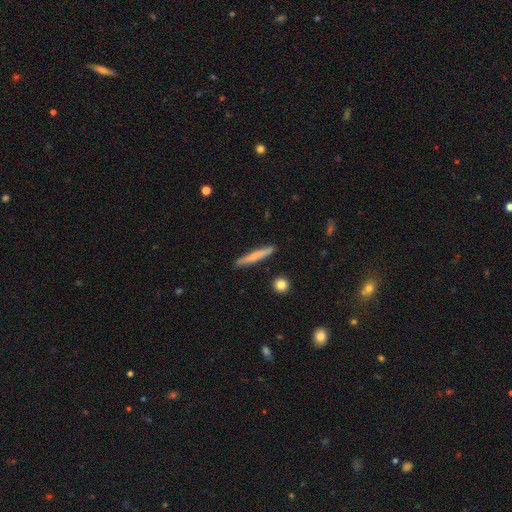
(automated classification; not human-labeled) Overall: smooth (61%; featured or disk 33%). How rounded: cigar-shaped (95%). Merging: none (90%).